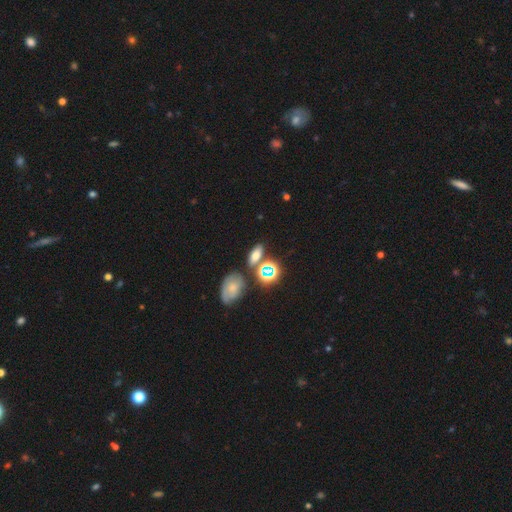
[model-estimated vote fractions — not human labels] A smooth galaxy with no disk features (59%) that is in between round and cigar-shaped (74%).

Vote fractions:
- Smooth or featured? smooth: 59% / star or artifact: 24% / featured or disk: 17%
- How rounded? in between: 74% / round: 15% / cigar-shaped: 11%
- Merging? none: 72% / merger: 13% / minor disturbance: 12% / major disturbance: 4%